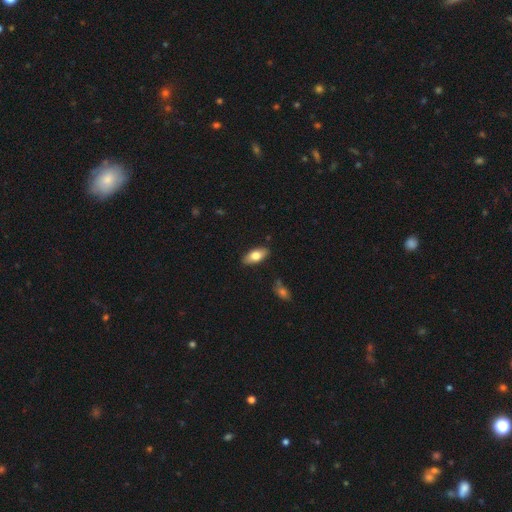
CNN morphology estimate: A smooth galaxy with no disk features (75%) that is in between round and cigar-shaped (87%). Merging: none (86%).